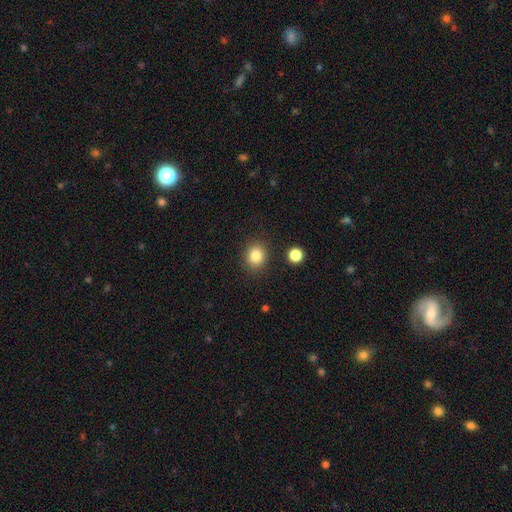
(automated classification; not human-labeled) This is clearly a smooth galaxy (84%). How rounded: likely round (70%). Merging: clearly none (87%).